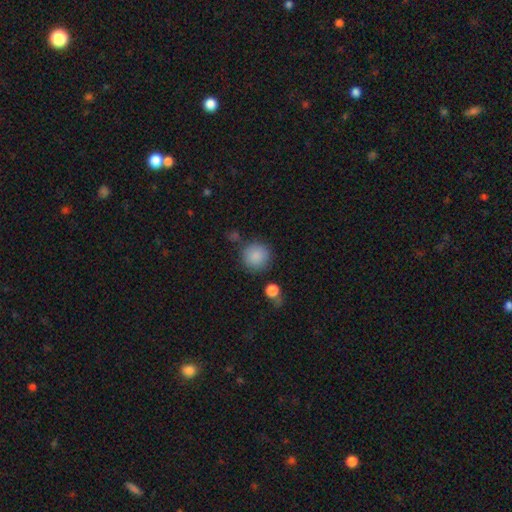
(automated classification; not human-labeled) This is clearly a smooth galaxy (87%). How rounded: clearly round (93%). Merging: likely none (79%).